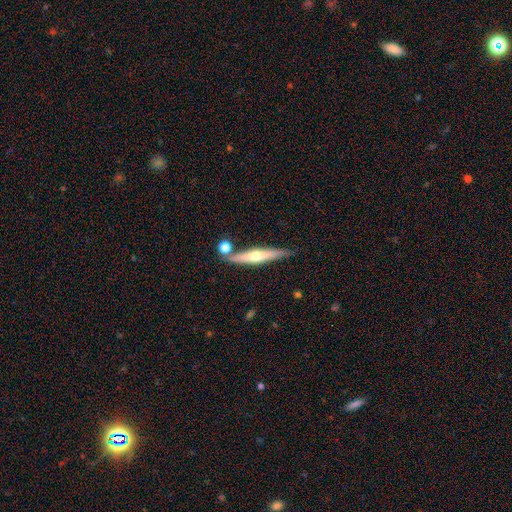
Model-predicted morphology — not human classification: Q: Smooth or featured?
A: featured or disk (58%); runner-up: smooth (36%)
Q: Edge-on disk?
A: yes (95%); runner-up: no (5%)
Q: Edge-on bulge?
A: rounded (86%); runner-up: none (9%)
Q: Merging?
A: none (75%); runner-up: minor disturbance (12%)